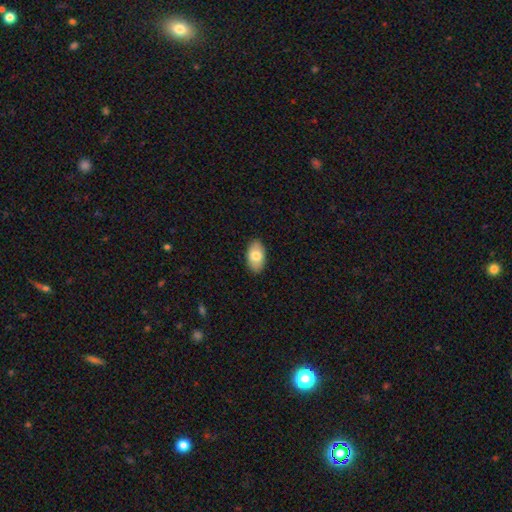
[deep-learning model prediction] Smooth or featured: smooth — 78% (featured or disk — 15%)
How rounded: in between — 94% (round — 5%)
Merging: none — 89% (minor disturbance — 9%)